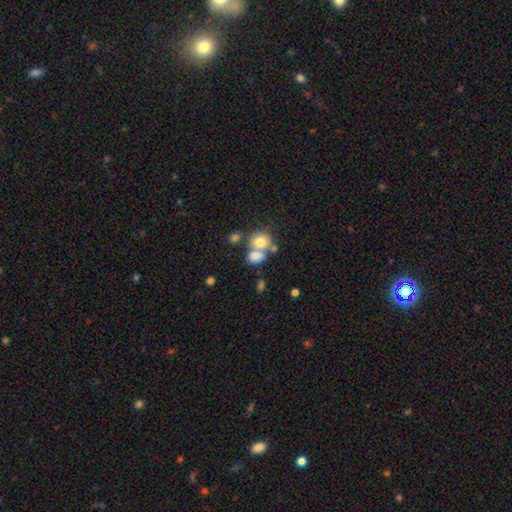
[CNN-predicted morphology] This is likely a smooth galaxy (75%). How rounded: possibly round (55%). Merging: possibly merger (50%).